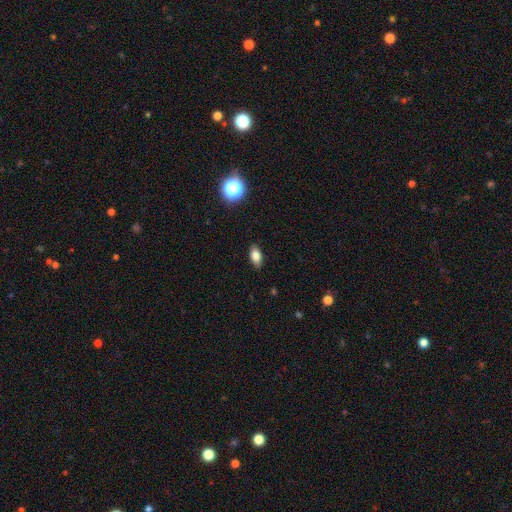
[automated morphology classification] Smooth or featured: smooth — 81% (star or artifact — 10%)
How rounded: in between — 87% (round — 8%)
Merging: none — 87% (minor disturbance — 10%)